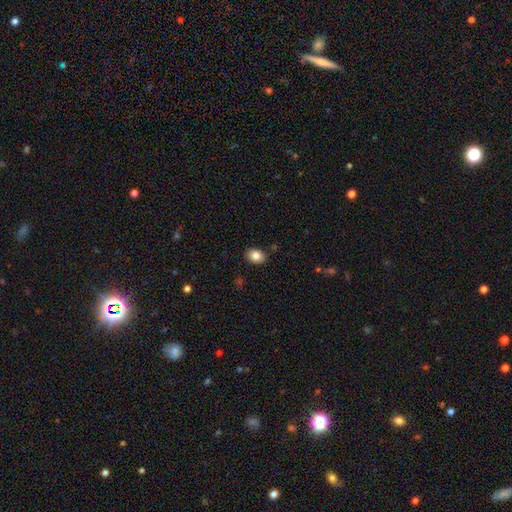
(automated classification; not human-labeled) Overall: smooth (83%). How rounded: in between (64%; round 35%). Merging: none (86%).